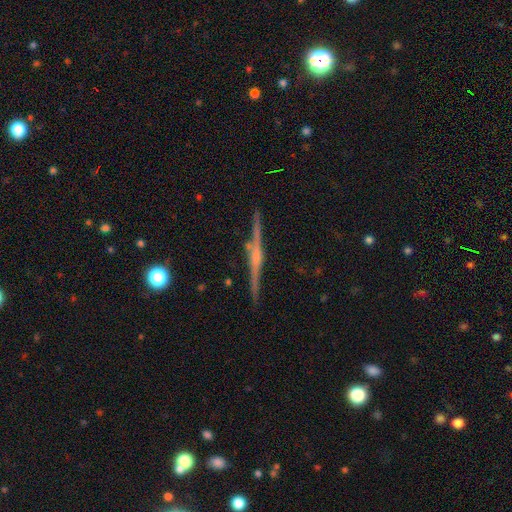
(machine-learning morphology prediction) This is clearly a featured or disk galaxy (84%). It is clearly viewed edge-on (98%). Edge-on bulge: likely rounded (71%). Merging: clearly none (90%).